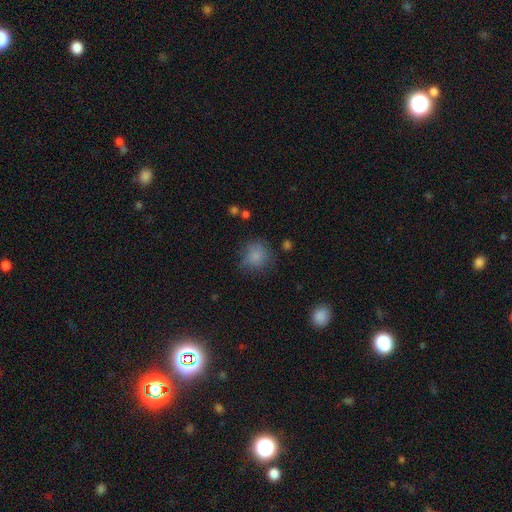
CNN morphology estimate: Smooth or featured? Predicted: smooth (p=0.81). How rounded? Predicted: round (p=0.88). Merging? Predicted: none (p=0.69).